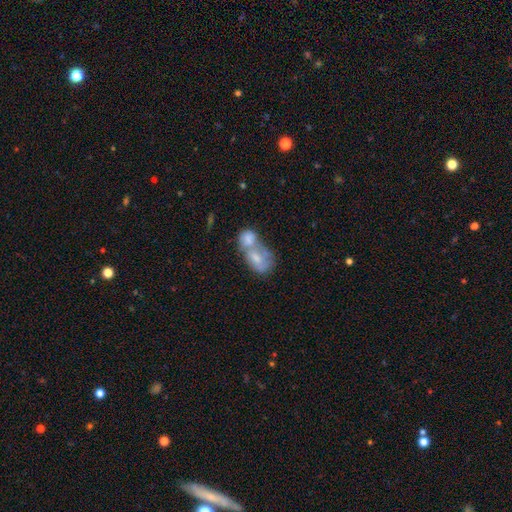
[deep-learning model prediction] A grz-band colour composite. It shows a smooth galaxy with no disk features (49%). Merging: merger (74%).